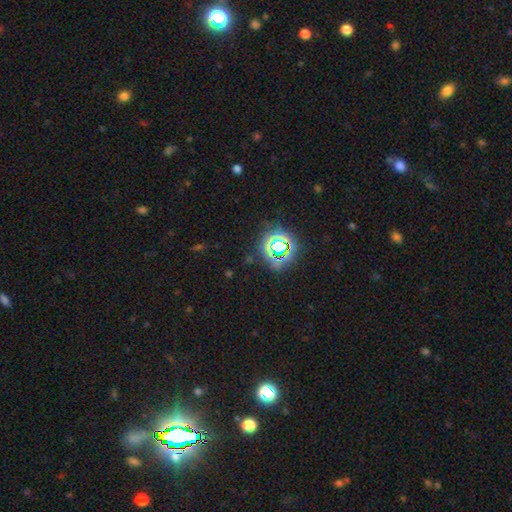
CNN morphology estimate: A star or artifact, not a galaxy (72%).